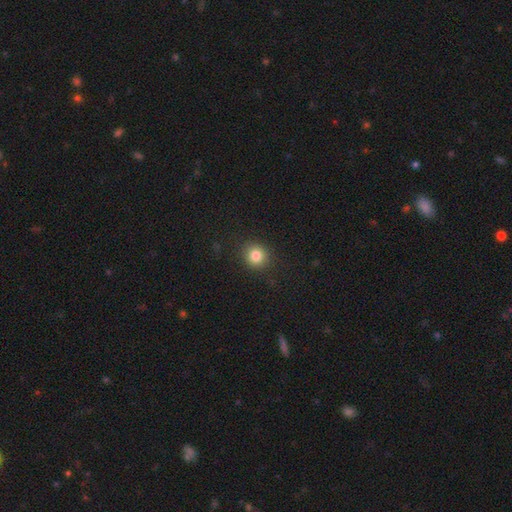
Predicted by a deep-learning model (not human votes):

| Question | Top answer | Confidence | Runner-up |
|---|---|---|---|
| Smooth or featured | smooth | 84% | star or artifact (11%) |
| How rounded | round | 87% | in between (12%) |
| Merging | none | 89% | minor disturbance (7%) |